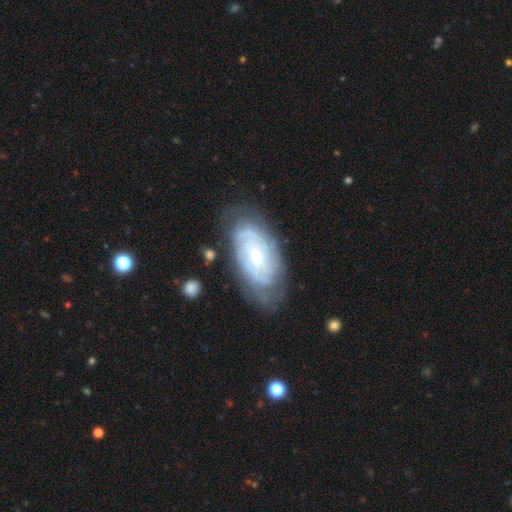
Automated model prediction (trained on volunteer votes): Smooth or featured? featured or disk (81%)
Edge-on disk? no (94%)
Bar? no (60%)
Spiral arms? yes (94%)
Spiral winding? tight (72%)
Spiral arm count? can't tell (45%)
Bulge size? small (61%)
Merging? none (71%)